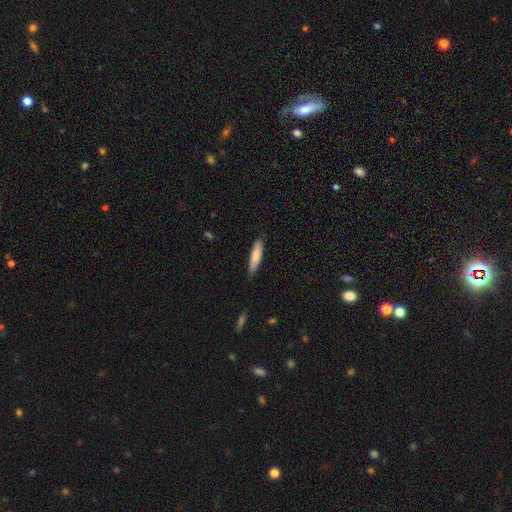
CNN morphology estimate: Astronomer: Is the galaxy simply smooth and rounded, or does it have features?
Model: smooth — 81%.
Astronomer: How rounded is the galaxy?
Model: cigar-shaped — 76%.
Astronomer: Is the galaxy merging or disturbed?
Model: none — 82%.